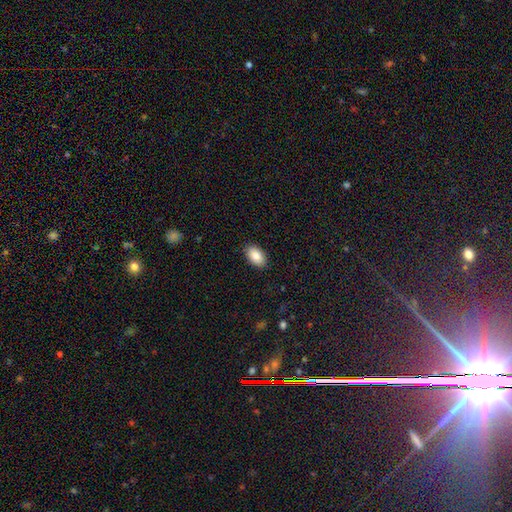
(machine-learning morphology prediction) Smooth or featured? Predicted: smooth (p=0.86). How rounded? Predicted: in between (p=0.93). Merging? Predicted: none (p=0.89).